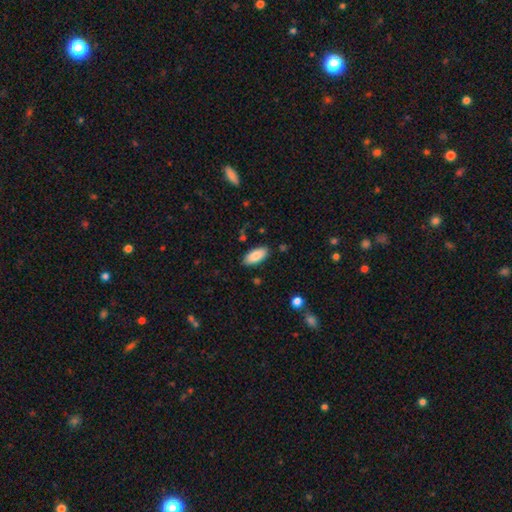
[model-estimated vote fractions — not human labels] This appears to be a smooth galaxy with no disk features (86%) that is in between round and cigar-shaped (88%). Merging: none (85%).